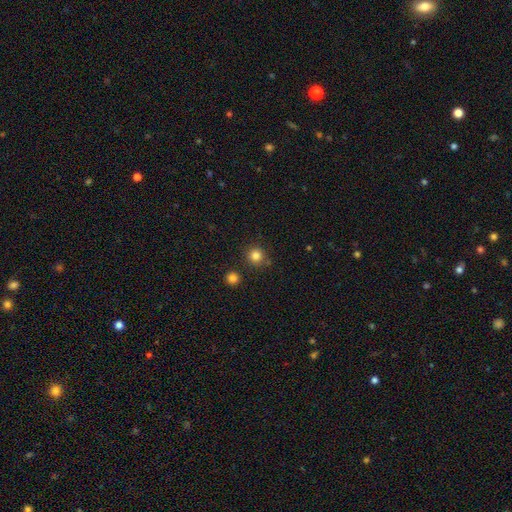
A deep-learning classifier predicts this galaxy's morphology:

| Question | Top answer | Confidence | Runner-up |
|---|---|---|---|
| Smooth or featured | smooth | 83% | star or artifact (13%) |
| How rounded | round | 93% | in between (6%) |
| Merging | none | 85% | minor disturbance (8%) |